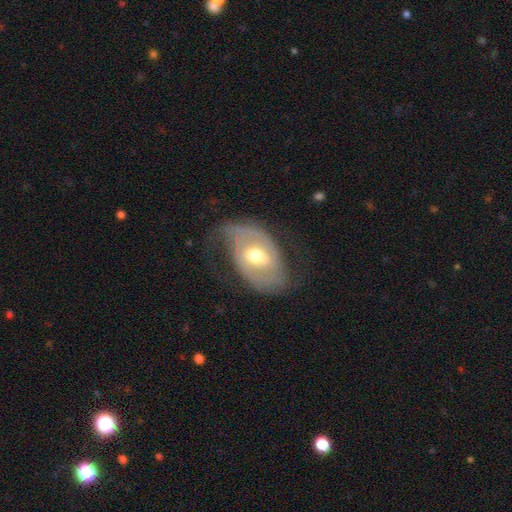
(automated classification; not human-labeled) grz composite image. It shows a featured or disk galaxy (81%) with a weak bar (44%), 2 (83%) medium (43%) spiral arms (88%) and a moderate central bulge (74%). Merging: none (65%).